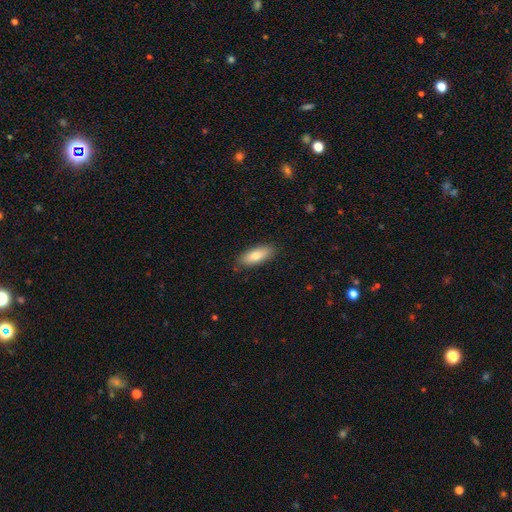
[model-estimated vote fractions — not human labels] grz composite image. It shows a smooth galaxy with no disk features (79%) that is in between round and cigar-shaped (74%). Merging: none (86%).